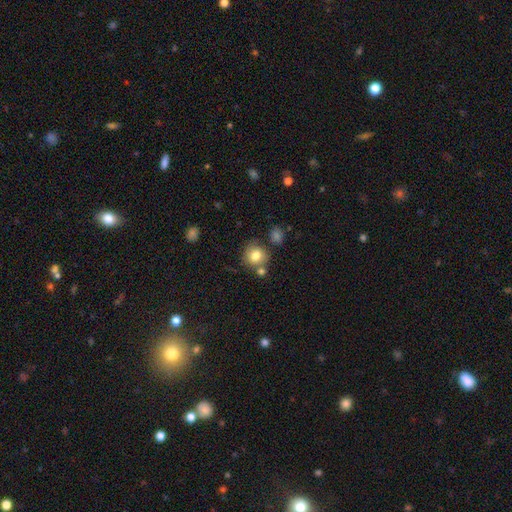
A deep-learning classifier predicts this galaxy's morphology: Smooth or featured? smooth (80%)
How rounded? round (83%)
Merging? none (67%)